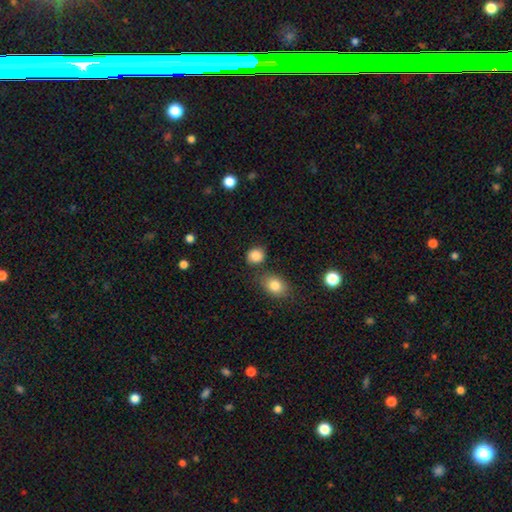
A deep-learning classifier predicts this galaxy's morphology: smooth 86%, star or artifact 10%, featured or disk 4%. Down the decision tree: how rounded — round (76%); merging — none (77%).